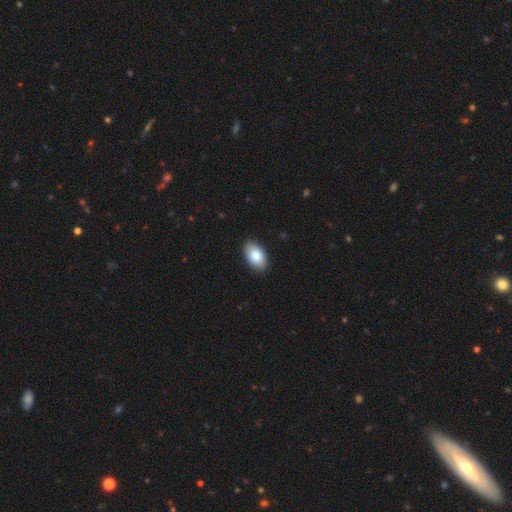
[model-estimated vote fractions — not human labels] smooth_or_featured: smooth (p=0.83) [alt: featured or disk p=0.10]
how_rounded: in between (p=0.93) [alt: round p=0.06]
merging: none (p=0.89) [alt: minor disturbance p=0.08]